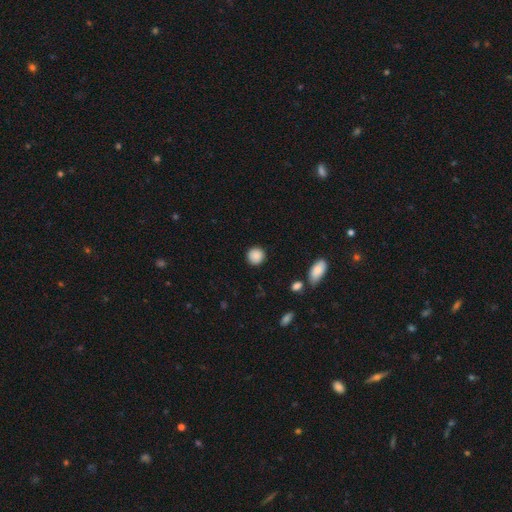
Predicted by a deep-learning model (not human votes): Smooth or featured? smooth (88%)
How rounded? round (92%)
Merging? none (89%)